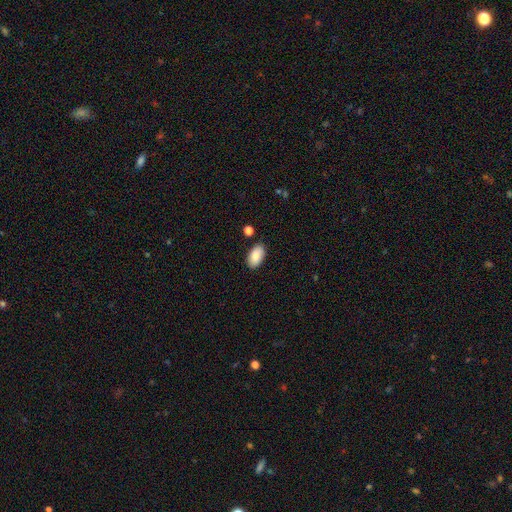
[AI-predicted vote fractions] This appears to be a smooth galaxy with no disk features (88%) that is in between round and cigar-shaped (95%). Merging: none (85%).